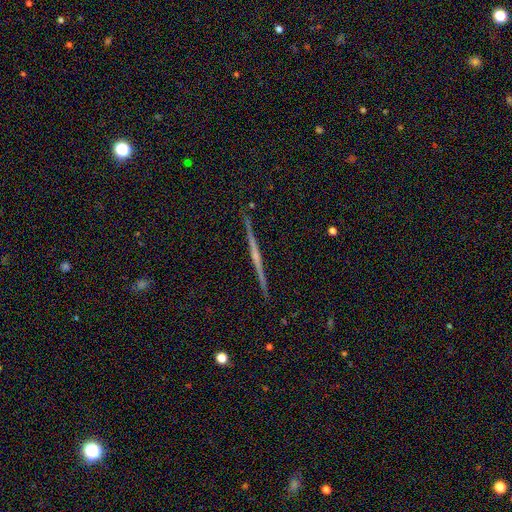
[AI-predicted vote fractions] Overall: featured or disk (75%). Edge-on disk: yes (98%). Edge-on bulge: rounded (49%; none 42%). Merging: none (93%).